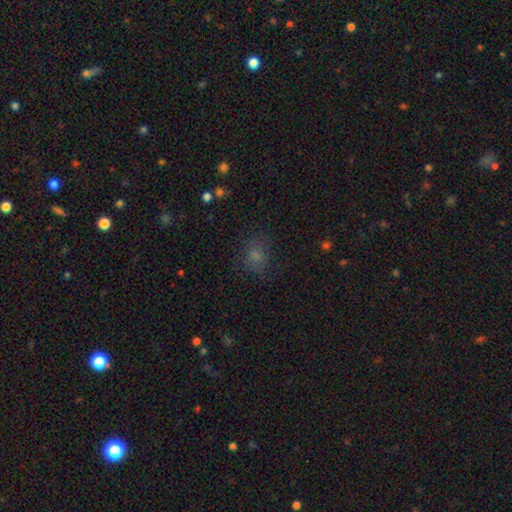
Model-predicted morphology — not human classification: smooth_or_featured: smooth (p=0.70) [alt: star or artifact p=0.20]
how_rounded: round (p=0.56) [alt: in between p=0.42]
merging: none (p=0.72) [alt: minor disturbance p=0.17]